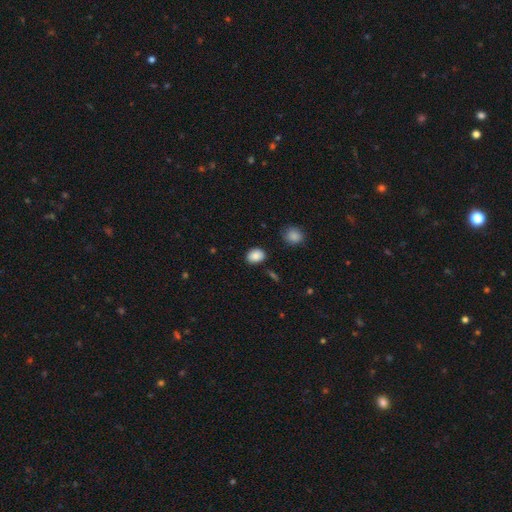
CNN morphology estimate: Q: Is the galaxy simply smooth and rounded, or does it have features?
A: smooth — 87%.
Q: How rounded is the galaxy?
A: in between — 61%.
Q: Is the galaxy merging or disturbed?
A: none — 84%.